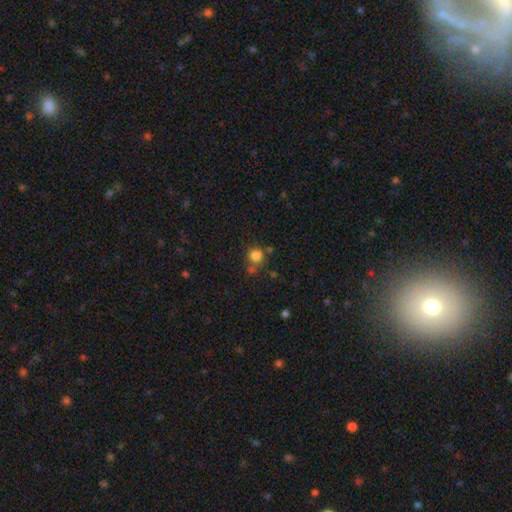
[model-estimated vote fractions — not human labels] Smooth or featured? Predicted: smooth (p=0.80). How rounded? Predicted: round (p=0.87). Merging? Predicted: none (p=0.64).